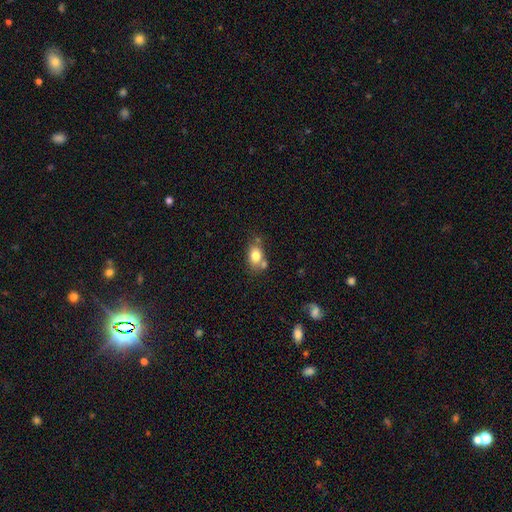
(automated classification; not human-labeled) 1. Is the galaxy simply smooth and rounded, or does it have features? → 77% smooth, 13% featured or disk, 9% star or artifact.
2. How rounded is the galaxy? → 74% in between, 25% round, 2% cigar-shaped.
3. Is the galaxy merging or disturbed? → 57% none, 21% merger, 17% minor disturbance, 5% major disturbance.